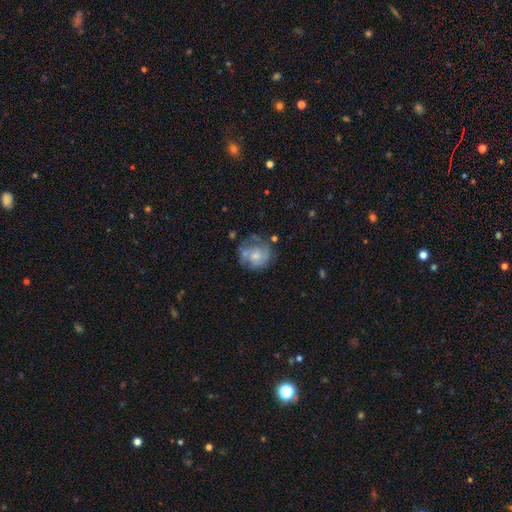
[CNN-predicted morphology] Smooth or featured?
  - featured or disk: 49% *
  - smooth: 43%
  - star or artifact: 8%
Merging?
  - none: 47% *
  - minor disturbance: 25%
  - major disturbance: 18%
  - merger: 10%